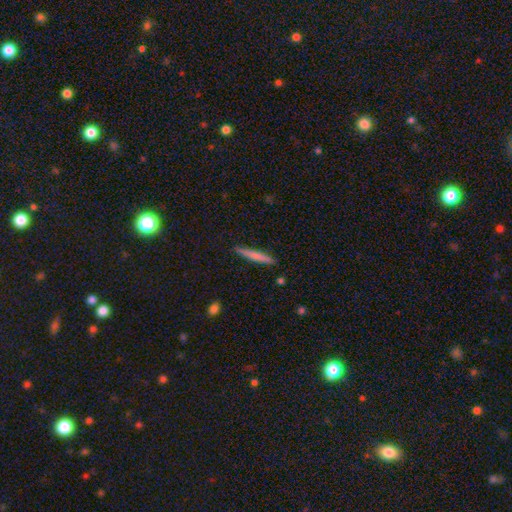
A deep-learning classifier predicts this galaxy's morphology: Smooth or featured? Predicted: smooth (p=0.73). How rounded? Predicted: cigar-shaped (p=0.95). Merging? Predicted: none (p=0.90).